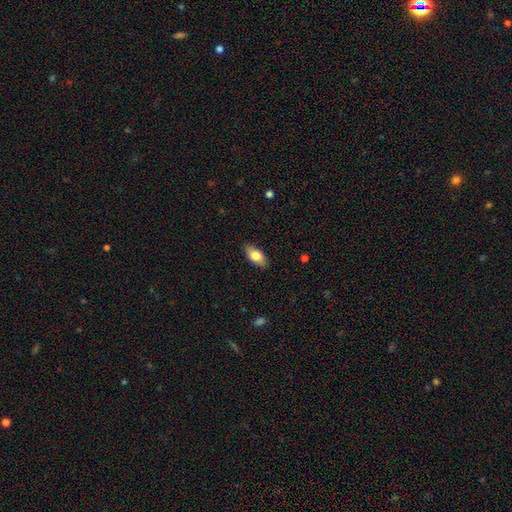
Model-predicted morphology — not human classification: Smooth or featured? smooth (77%)
How rounded? in between (89%)
Merging? none (87%)